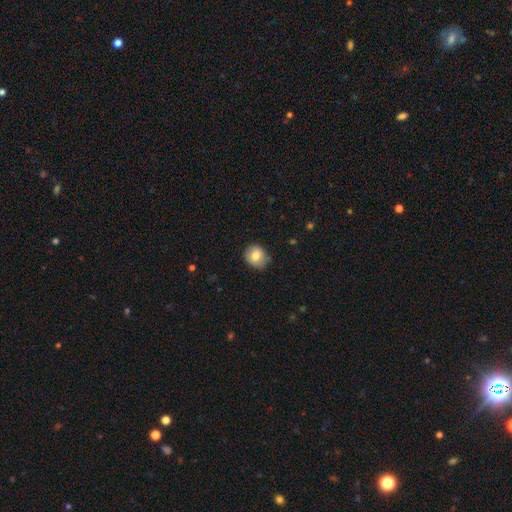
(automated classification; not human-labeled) A smooth galaxy with no disk features (79%) that is round (74%). Merging: none (76%).